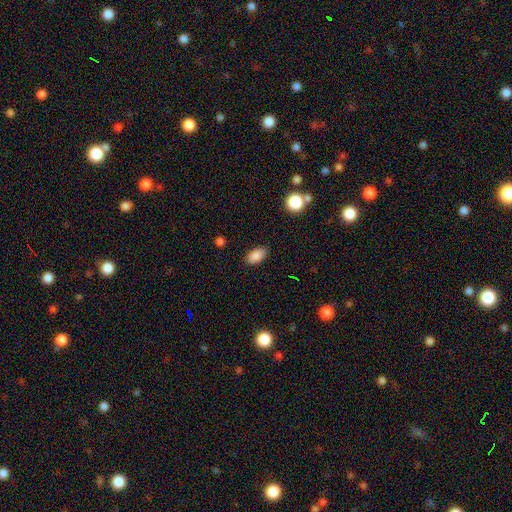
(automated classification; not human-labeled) This is clearly a smooth galaxy (87%). How rounded: clearly in between (91%). Merging: clearly none (83%).